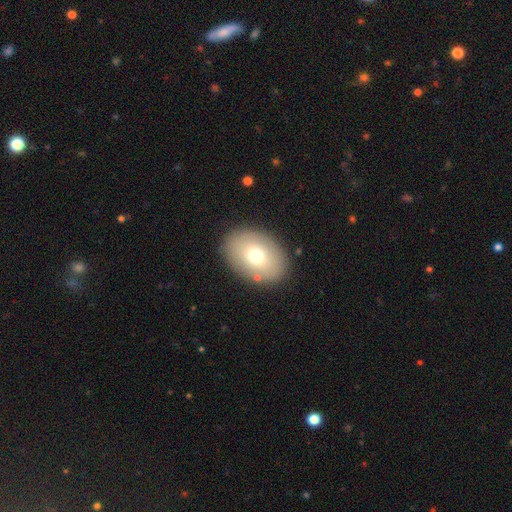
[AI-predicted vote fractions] Overall: smooth (71%). How rounded: in between (81%). Merging: none (87%).